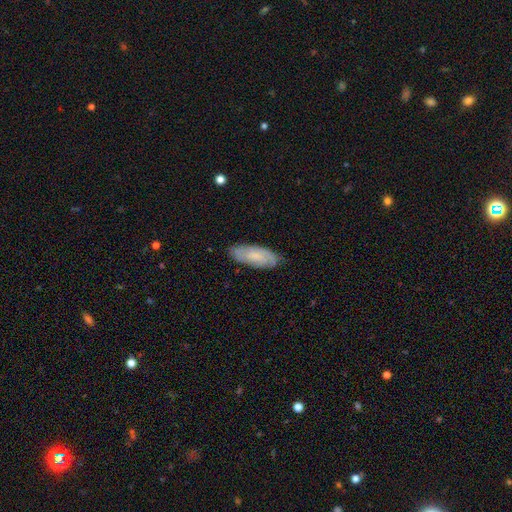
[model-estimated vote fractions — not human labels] Smooth or featured?
  - smooth: 47% *
  - featured or disk: 46%
  - star or artifact: 7%
Merging?
  - none: 80% *
  - minor disturbance: 16%
  - major disturbance: 3%
  - merger: 1%